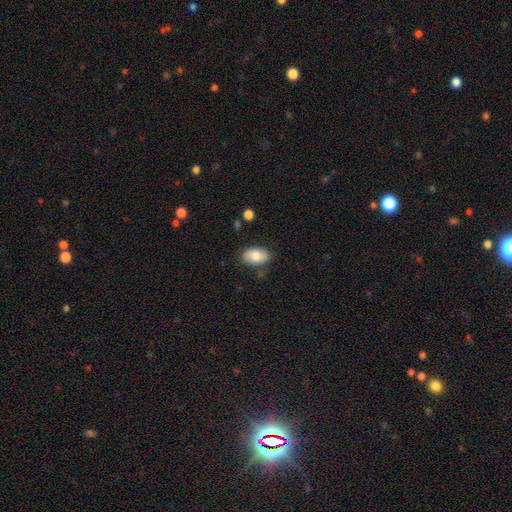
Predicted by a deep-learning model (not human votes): The model was most divided on "smooth or featured": smooth: 77%, featured or disk: 16%, star or artifact: 7%. More confident: how rounded — in between (91%); merging — none (78%).